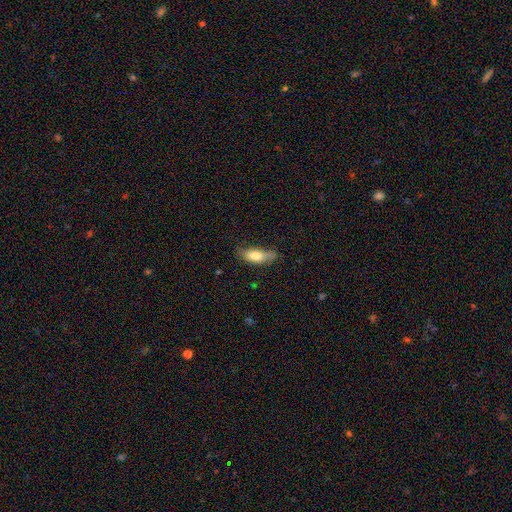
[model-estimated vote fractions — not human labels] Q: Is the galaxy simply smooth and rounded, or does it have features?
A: smooth — 73%.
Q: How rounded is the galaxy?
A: in between — 69%.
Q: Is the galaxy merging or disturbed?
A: none — 60%.